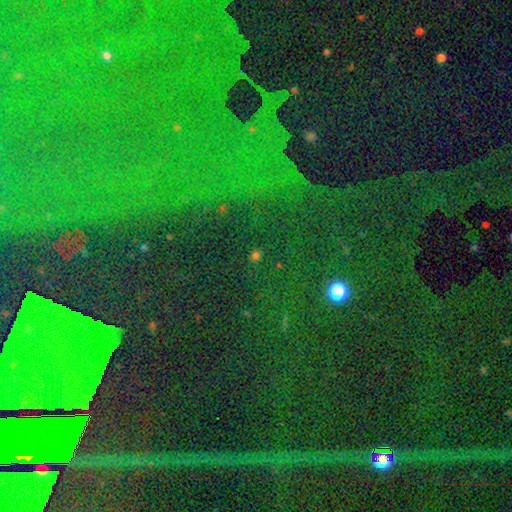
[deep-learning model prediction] Morphology: type=star or artifact (48%).